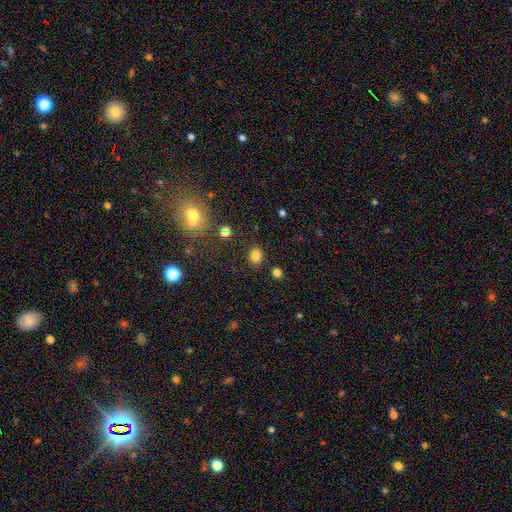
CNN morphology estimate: type=smooth (80%); roundness=round (78%); merging=none (84%).